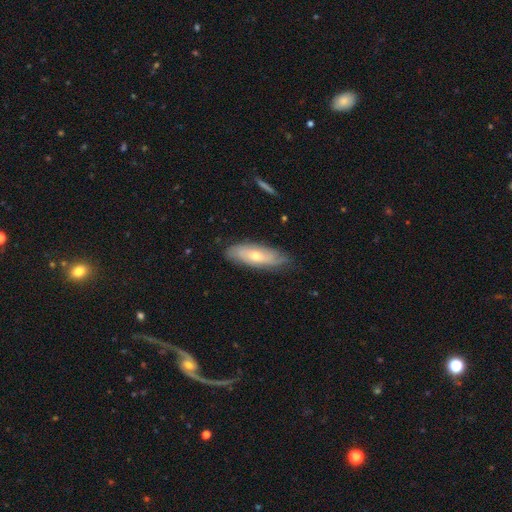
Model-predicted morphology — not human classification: Smooth or featured? Predicted: featured or disk (p=0.53). Edge-on disk? Predicted: no (p=0.68). Merging? Predicted: none (p=0.79).